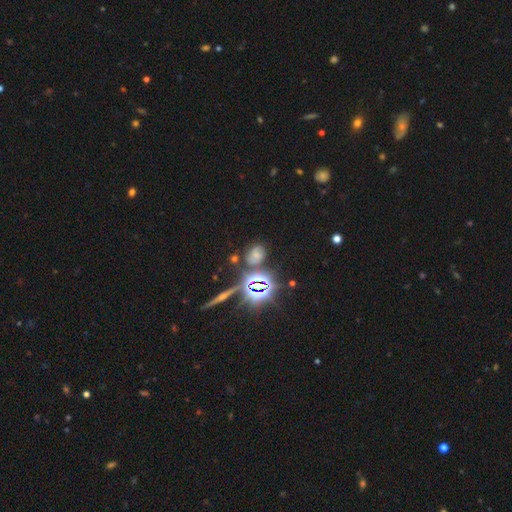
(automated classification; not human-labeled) A star or artifact, not a galaxy (42%).

Vote fractions:
- Smooth or featured? star or artifact: 42% / smooth: 41% / featured or disk: 17%